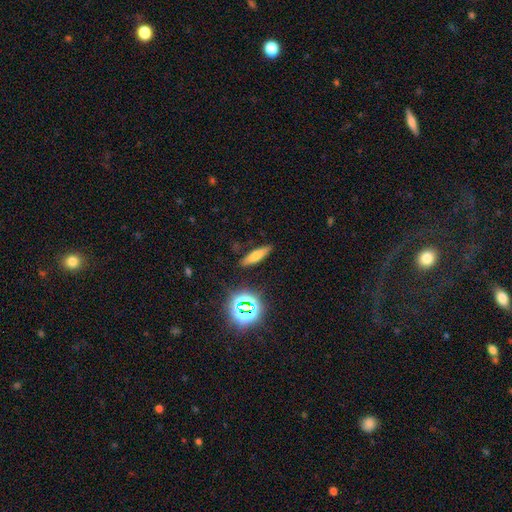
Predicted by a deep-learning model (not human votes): A smooth galaxy with no disk features (65%) that is cigar-shaped (66%). Merging: none (86%).